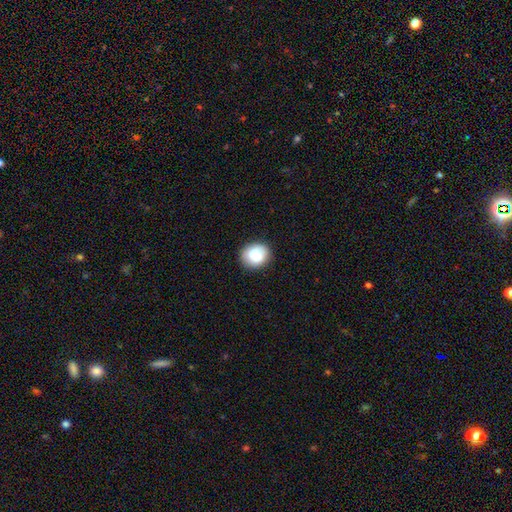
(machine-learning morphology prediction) A smooth galaxy with no disk features (80%) that is round (72%).

Vote fractions:
- Smooth or featured? smooth: 80% / featured or disk: 12% / star or artifact: 8%
- How rounded? round: 72% / in between: 27% / cigar-shaped: 1%
- Merging? none: 78% / minor disturbance: 16% / major disturbance: 4% / merger: 2%